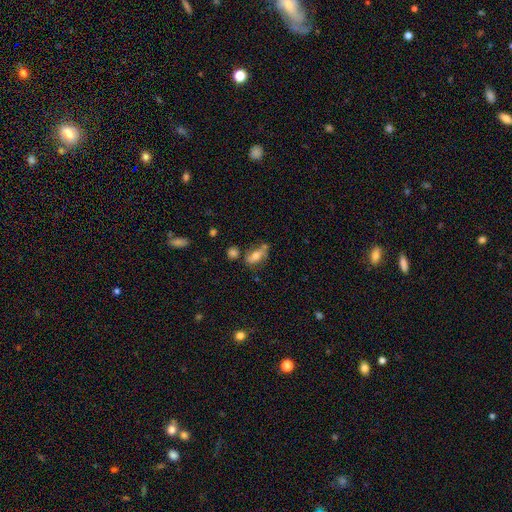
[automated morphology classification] A smooth galaxy with no disk features (58%) that is in between round and cigar-shaped (78%). Merging: none (49%).